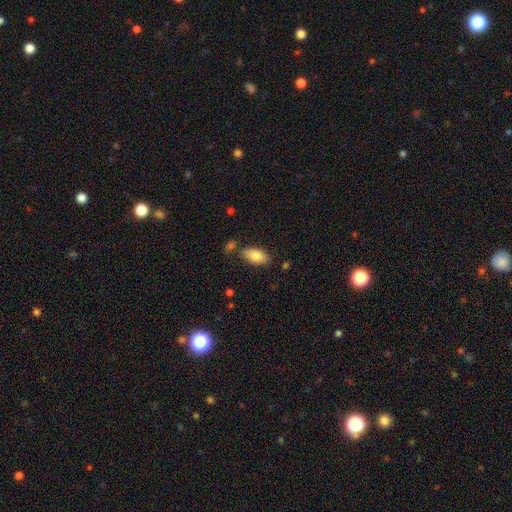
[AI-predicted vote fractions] Smooth or featured? Predicted: smooth (p=0.83). How rounded? Predicted: in between (p=0.92). Merging? Predicted: none (p=0.74).